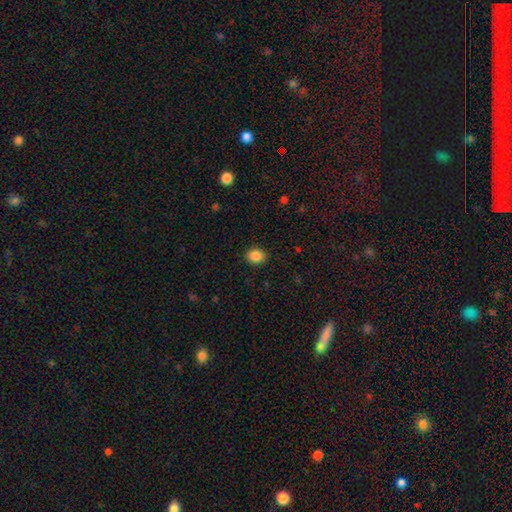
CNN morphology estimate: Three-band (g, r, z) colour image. It shows a smooth galaxy with no disk features (87%) that is round (53%). Merging: none (89%).